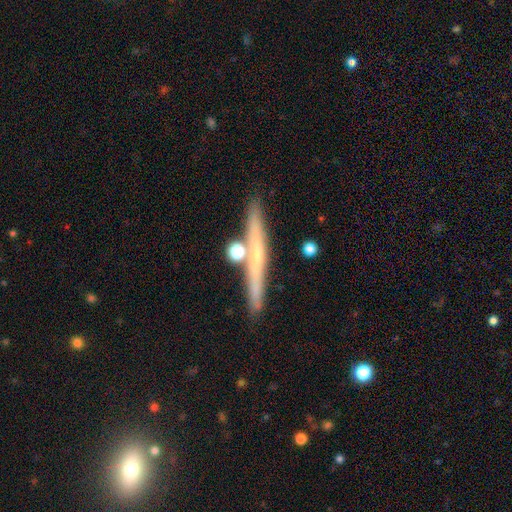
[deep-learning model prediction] featured or disk 48%, smooth 44%, star or artifact 8%. Down the decision tree: merging — none (80%).